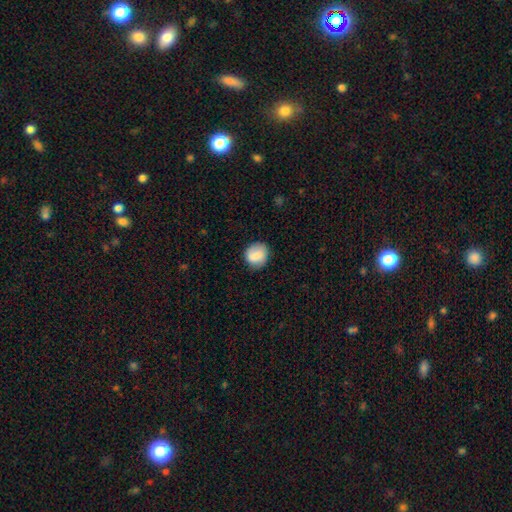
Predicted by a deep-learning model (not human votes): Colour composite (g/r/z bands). It shows a smooth galaxy with no disk features (77%) that is round (83%). Merging: none (80%).